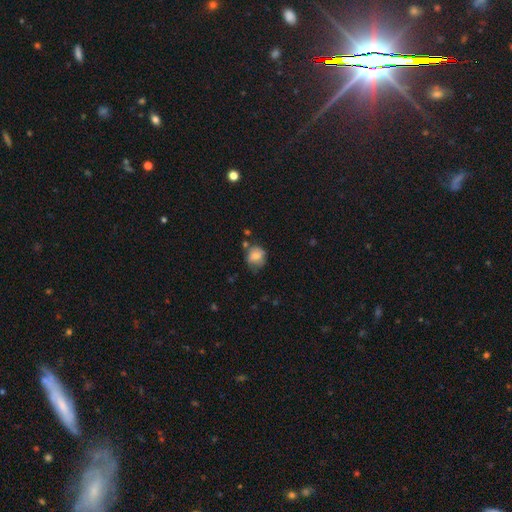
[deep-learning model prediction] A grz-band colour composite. It shows a smooth galaxy with no disk features (72%) that is round (67%). Merging: none (56%).